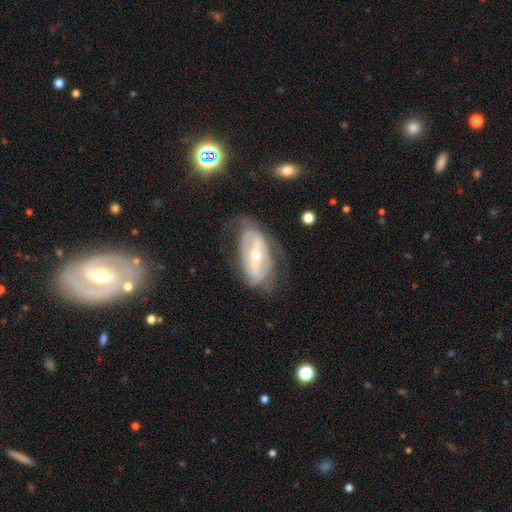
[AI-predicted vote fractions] Q: Smooth or featured?
A: featured or disk (78%); runner-up: smooth (15%)
Q: Edge-on disk?
A: no (90%); runner-up: yes (10%)
Q: Bar?
A: strong (57%); runner-up: weak (26%)
Q: Spiral arms?
A: yes (69%); runner-up: no (31%)
Q: Bulge size?
A: small (52%); runner-up: moderate (45%)
Q: Merging?
A: none (57%); runner-up: minor disturbance (23%)